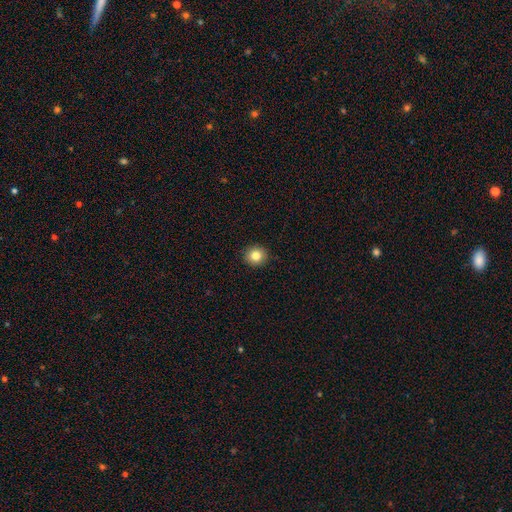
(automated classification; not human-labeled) This is clearly a smooth galaxy (83%). How rounded: clearly round (88%). Merging: clearly none (92%).